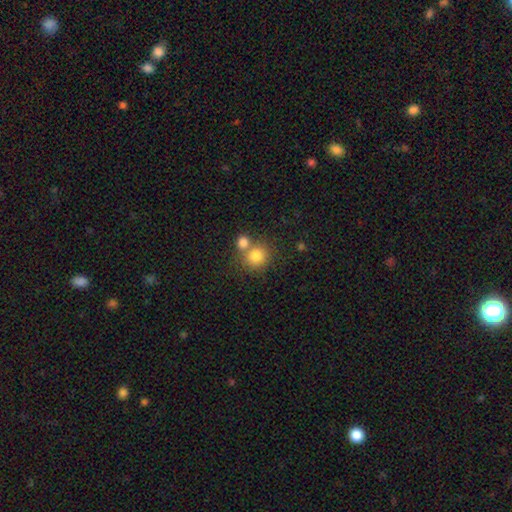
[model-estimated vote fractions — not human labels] smooth_or_featured: smooth (p=0.81) [alt: star or artifact p=0.11]
how_rounded: round (p=0.85) [alt: in between p=0.14]
merging: none (p=0.52) [alt: merger p=0.37]